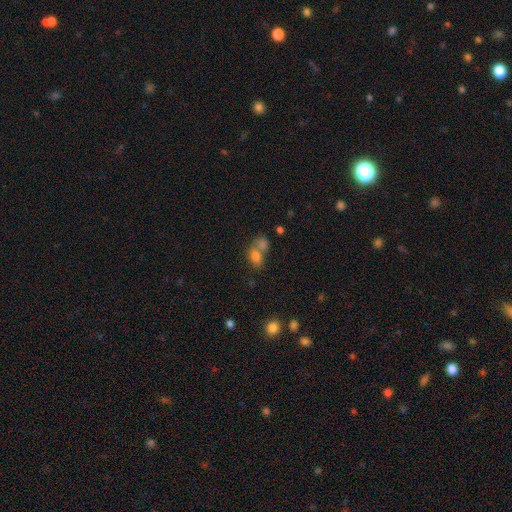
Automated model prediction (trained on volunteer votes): Smooth or featured? smooth (77%)
How rounded? in between (77%)
Merging? merger (58%)